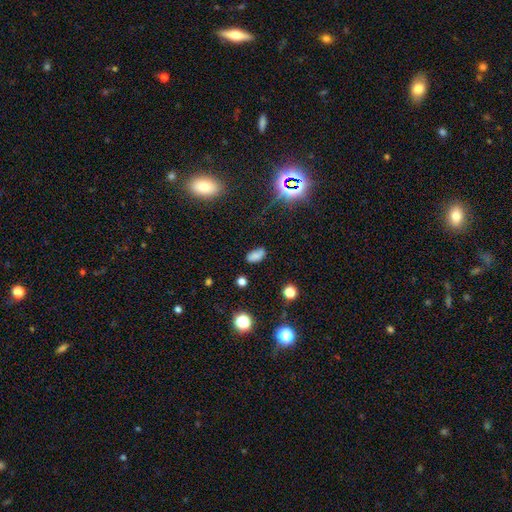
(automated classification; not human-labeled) smooth-or-featured: smooth: 71% | star or artifact: 18% | featured or disk: 11%
  how-rounded: in between: 91% | round: 6% | cigar-shaped: 3%
  merging: none: 71% | minor disturbance: 20% | major disturbance: 5% | merger: 4%